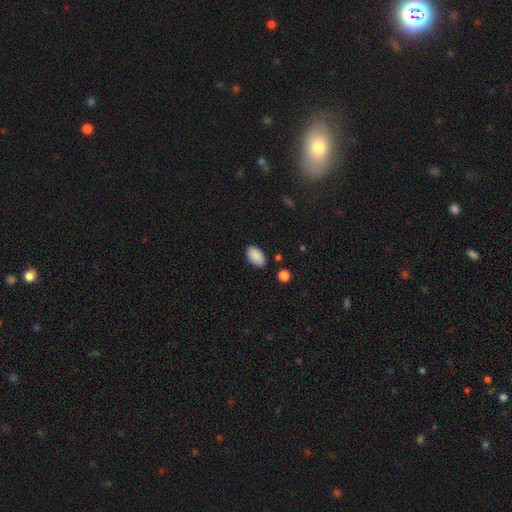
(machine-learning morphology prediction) This is clearly a smooth galaxy (89%). How rounded: clearly in between (94%). Merging: clearly none (83%).